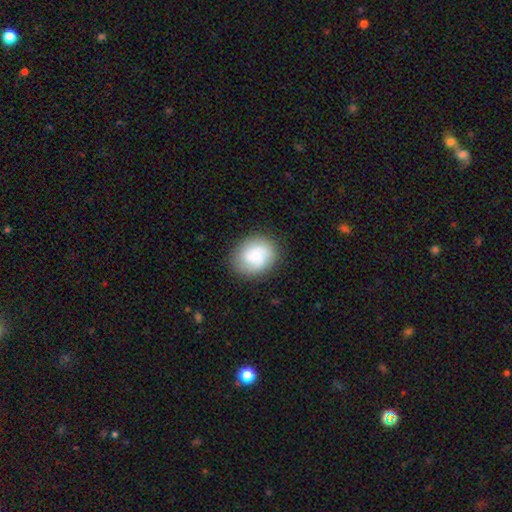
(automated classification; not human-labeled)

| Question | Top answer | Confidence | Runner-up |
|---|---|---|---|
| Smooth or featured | smooth | 48% | featured or disk (44%) |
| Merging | none | 80% | minor disturbance (14%) |